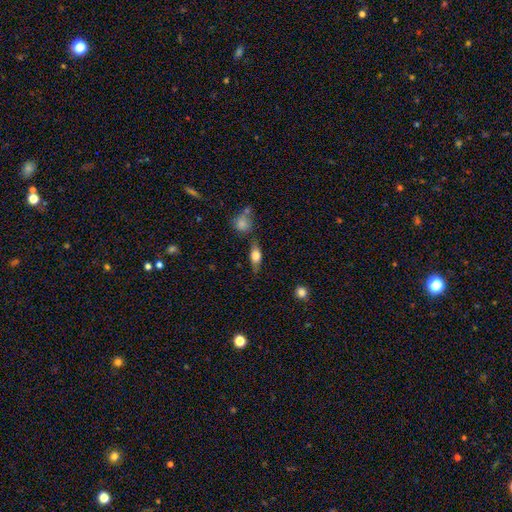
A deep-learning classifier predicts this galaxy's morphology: smooth-or-featured: smooth: 62% | featured or disk: 30% | star or artifact: 8%
  how-rounded: in between: 70% | cigar-shaped: 21% | round: 8%
  merging: none: 74% | minor disturbance: 17% | merger: 5% | major disturbance: 5%